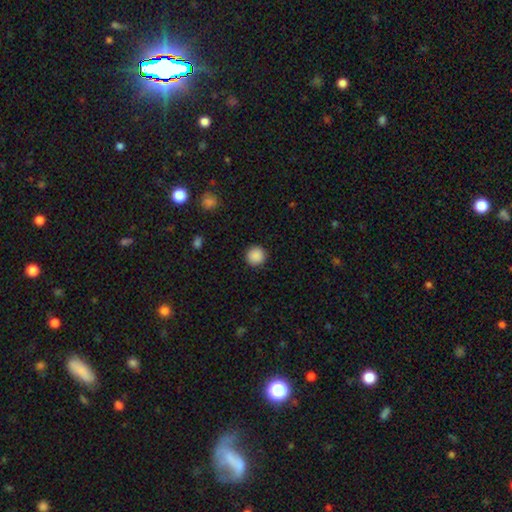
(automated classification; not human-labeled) Smooth or featured: smooth — 89% (star or artifact — 9%)
How rounded: round — 95% (in between — 4%)
Merging: none — 92% (minor disturbance — 5%)